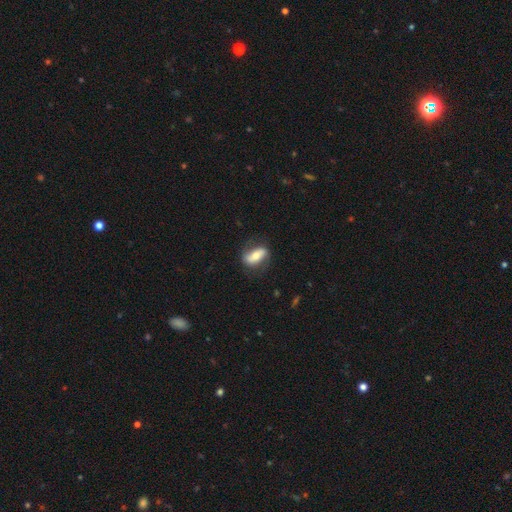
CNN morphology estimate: type=smooth (47%, tied with featured or disk); merging=none (73%).